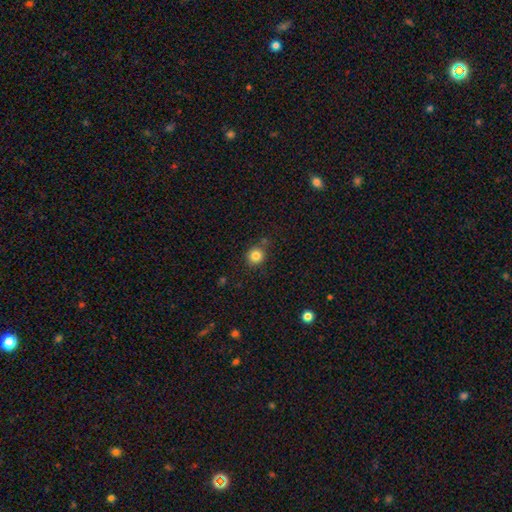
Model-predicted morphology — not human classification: type=smooth (83%); roundness=round (90%); merging=none (81%).